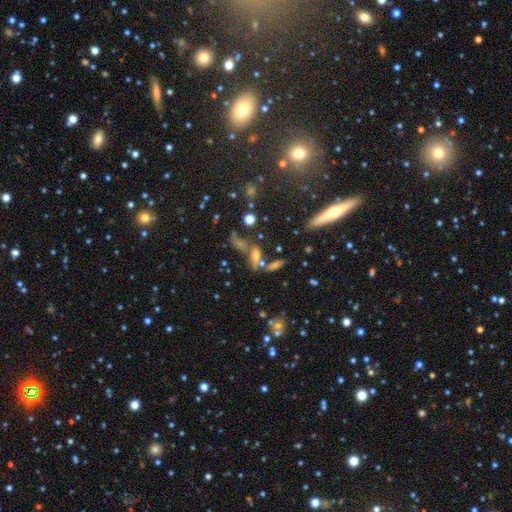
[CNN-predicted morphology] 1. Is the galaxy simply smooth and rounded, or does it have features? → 47% smooth, 30% featured or disk, 23% star or artifact.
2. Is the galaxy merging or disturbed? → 43% none, 33% merger, 13% minor disturbance, 10% major disturbance.